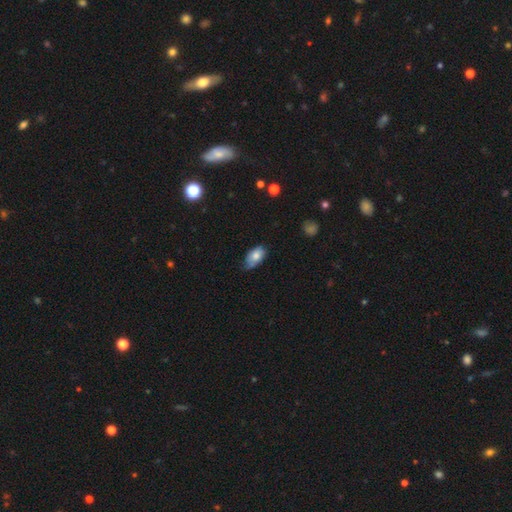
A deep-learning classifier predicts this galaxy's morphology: type=smooth (78%); roundness=in between (92%); merging=none (49%).